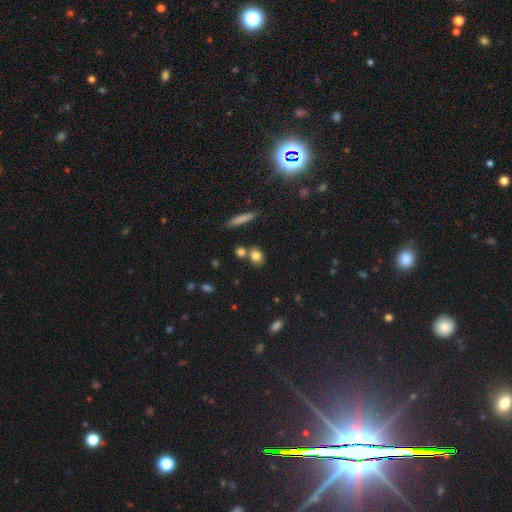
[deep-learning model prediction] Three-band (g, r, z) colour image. It shows a smooth galaxy with no disk features (80%) that is round (50%). Merging: none (64%).